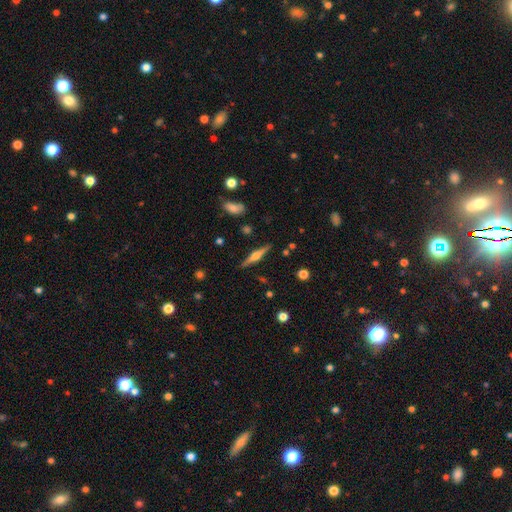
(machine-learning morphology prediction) Smooth or featured? Predicted: featured or disk (p=0.72). Edge-on disk? Predicted: yes (p=0.98). Edge-on bulge? Predicted: rounded (p=0.88). Merging? Predicted: none (p=0.88).